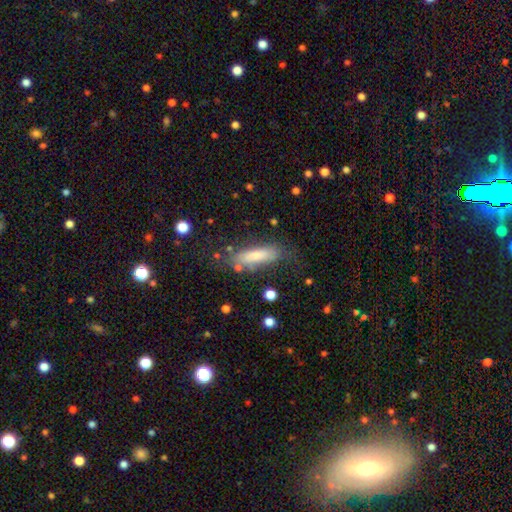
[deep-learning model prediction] smooth-or-featured: smooth: 69% | featured or disk: 24% | star or artifact: 7%
  how-rounded: cigar-shaped: 56% | in between: 42% | round: 2%
  merging: none: 66% | minor disturbance: 20% | major disturbance: 9% | merger: 5%